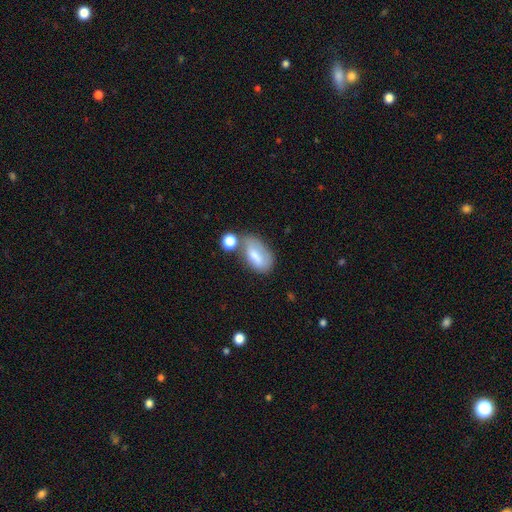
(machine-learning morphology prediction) A smooth galaxy with no disk features (71%) that is in between round and cigar-shaped (90%).

Vote fractions:
- Smooth or featured? smooth: 71% / featured or disk: 20% / star or artifact: 8%
- How rounded? in between: 90% / round: 5% / cigar-shaped: 5%
- Merging? none: 38% / minor disturbance: 25% / merger: 23% / major disturbance: 14%